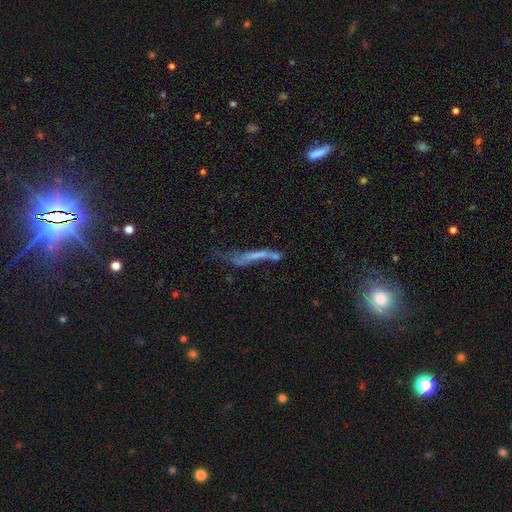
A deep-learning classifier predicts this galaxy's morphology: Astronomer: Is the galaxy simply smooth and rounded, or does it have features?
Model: featured or disk — 43% (runner-up: smooth, 41%).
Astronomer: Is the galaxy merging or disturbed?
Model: major disturbance — 33% (runner-up: merger, 27%).